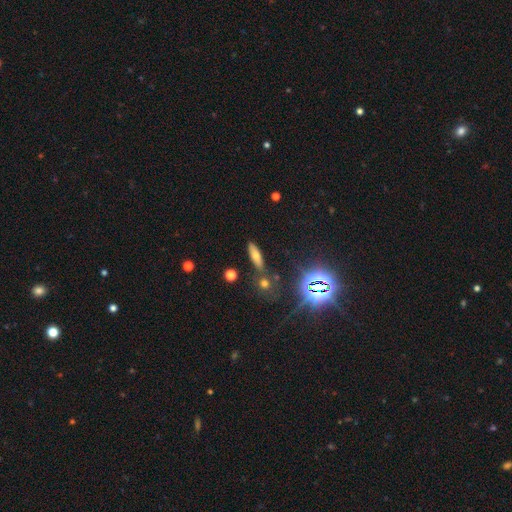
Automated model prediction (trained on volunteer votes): Morphology: type=smooth (50%); roundness=cigar-shaped (48%); merging=none (81%).